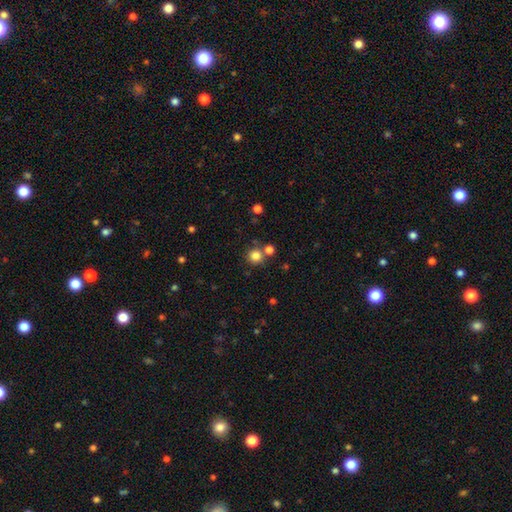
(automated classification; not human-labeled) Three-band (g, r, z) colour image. It shows a smooth galaxy with no disk features (81%) that is round (93%). Merging: none (72%).